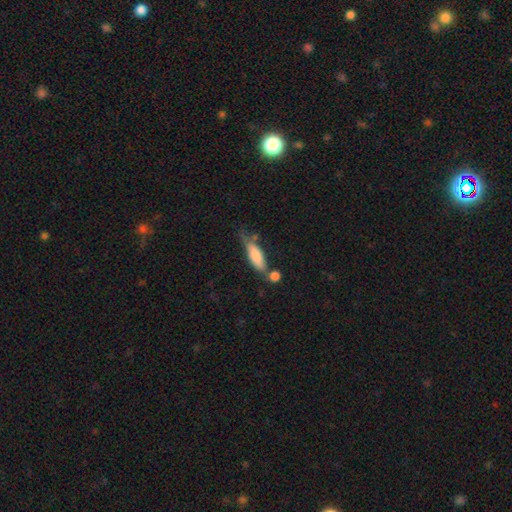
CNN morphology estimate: Smooth or featured? Predicted: smooth (p=0.77). How rounded? Predicted: in between (p=0.51). Merging? Predicted: none (p=0.40).